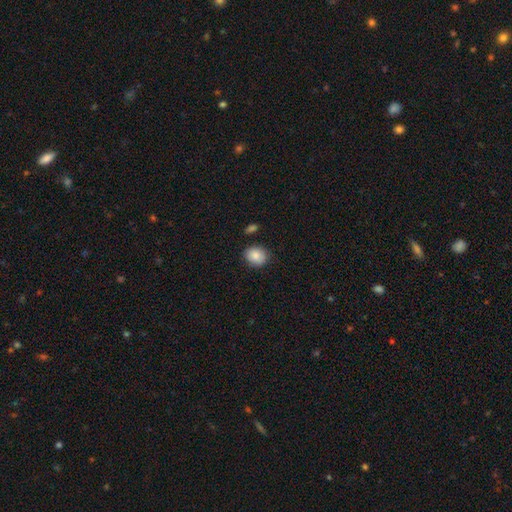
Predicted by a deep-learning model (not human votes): The model was most divided on "how rounded": round: 61%, in between: 38%, cigar-shaped: 1%. More confident: smooth or featured — smooth (87%); merging — none (81%).